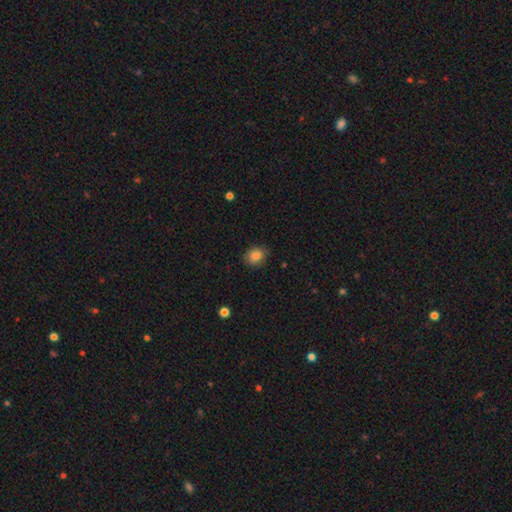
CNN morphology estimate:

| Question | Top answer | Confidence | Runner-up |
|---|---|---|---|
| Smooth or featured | smooth | 84% | star or artifact (10%) |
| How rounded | round | 56% | in between (43%) |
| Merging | none | 82% | minor disturbance (14%) |